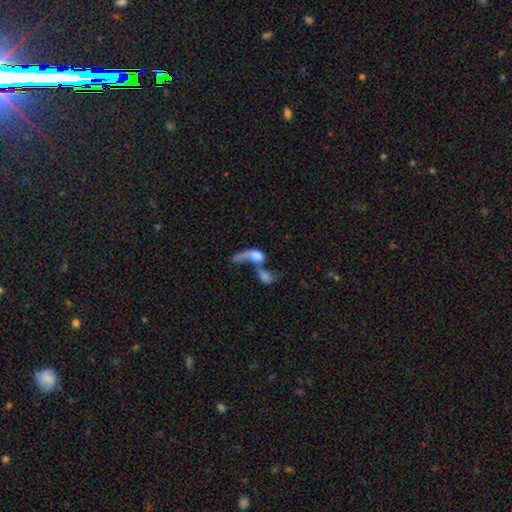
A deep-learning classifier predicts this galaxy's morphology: A smooth galaxy with no disk features (48%).

Vote fractions:
- Smooth or featured? smooth: 48% / featured or disk: 42% / star or artifact: 10%
- Merging? merger: 71% / major disturbance: 16% / none: 8% / minor disturbance: 5%